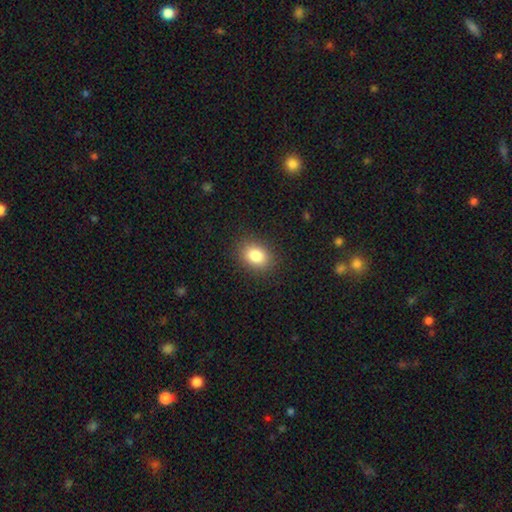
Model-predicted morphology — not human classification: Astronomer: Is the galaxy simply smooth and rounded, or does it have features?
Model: smooth — 85%.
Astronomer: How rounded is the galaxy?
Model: in between — 67%.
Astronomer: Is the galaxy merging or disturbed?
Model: none — 88%.